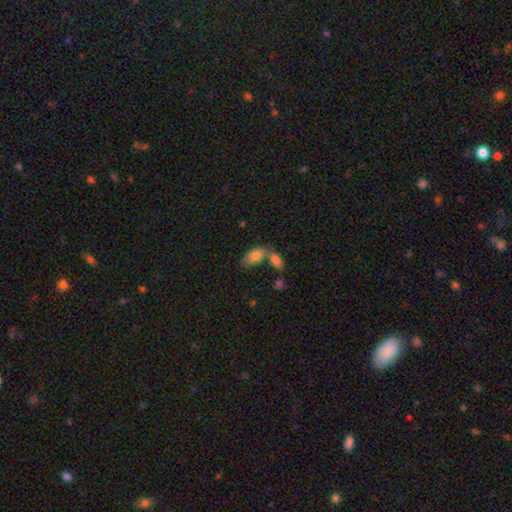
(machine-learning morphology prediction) smooth 80%, featured or disk 13%, star or artifact 7%. Down the decision tree: how rounded — in between (92%); merging — merger (44%).